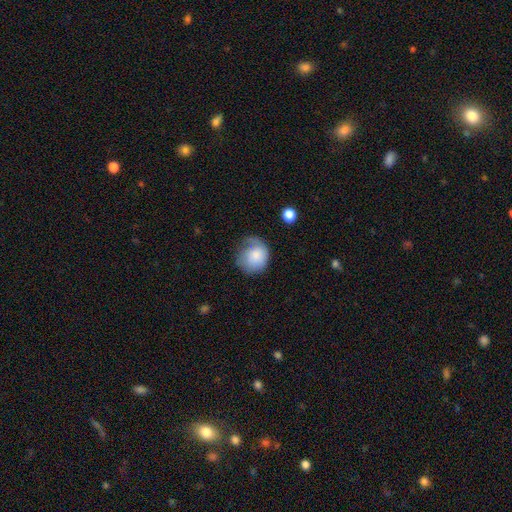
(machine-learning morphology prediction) Smooth or featured? Predicted: smooth (p=0.75). How rounded? Predicted: round (p=0.75). Merging? Predicted: none (p=0.38).